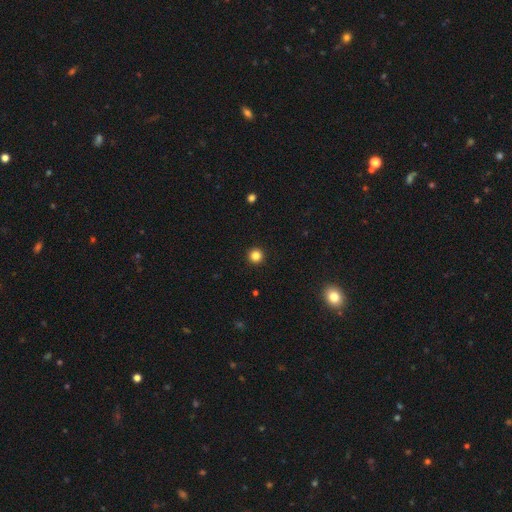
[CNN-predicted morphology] A smooth galaxy with no disk features (84%) that is round (96%).

Vote fractions:
- Smooth or featured? smooth: 84% / star or artifact: 12% / featured or disk: 4%
- How rounded? round: 96% / in between: 3% / cigar-shaped: 1%
- Merging? none: 94% / minor disturbance: 4% / major disturbance: 1% / merger: 1%